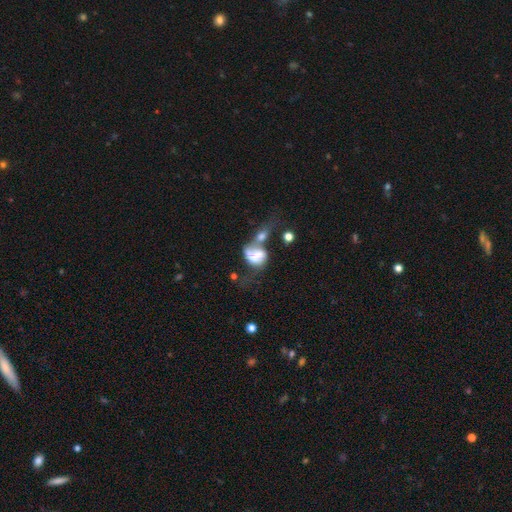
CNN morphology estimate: A featured or disk galaxy (46%). Merging: merger (51%).